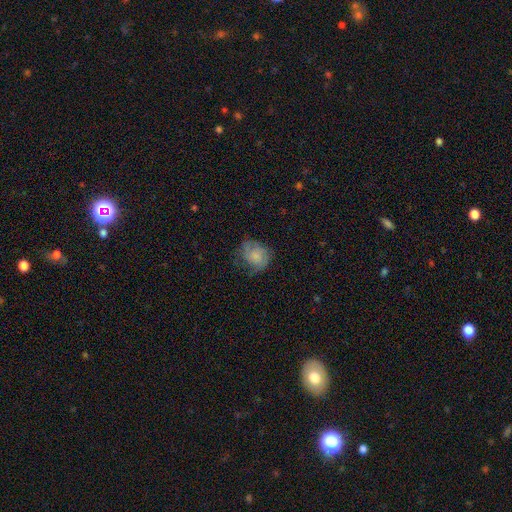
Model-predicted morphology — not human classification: smooth_or_featured: smooth (p=0.65) [alt: featured or disk p=0.26]
how_rounded: round (p=0.62) [alt: in between p=0.37]
merging: none (p=0.53) [alt: minor disturbance p=0.29]